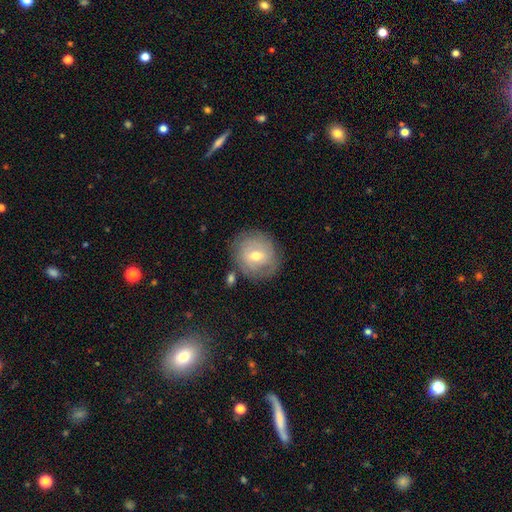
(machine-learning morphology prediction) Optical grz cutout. It shows a featured or disk galaxy (49%). Merging: none (77%).